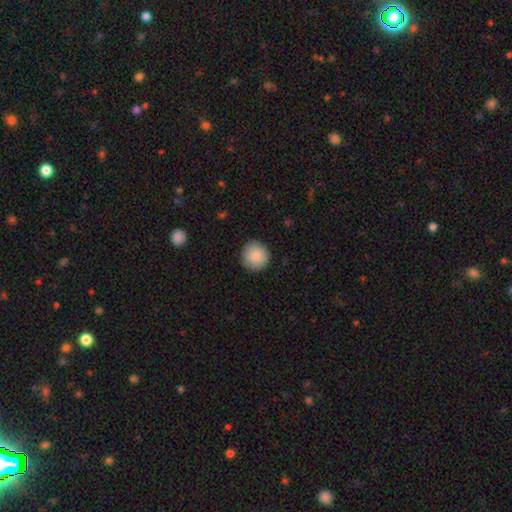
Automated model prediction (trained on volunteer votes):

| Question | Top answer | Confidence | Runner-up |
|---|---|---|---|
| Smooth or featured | smooth | 88% | star or artifact (7%) |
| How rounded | round | 94% | in between (5%) |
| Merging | none | 90% | minor disturbance (8%) |